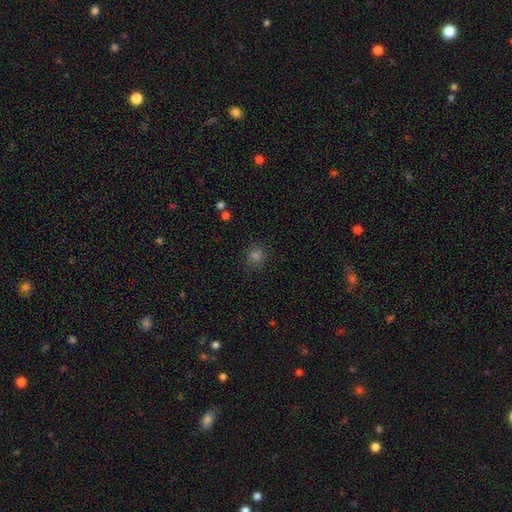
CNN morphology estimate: type=smooth (75%); roundness=round (87%); merging=none (88%).